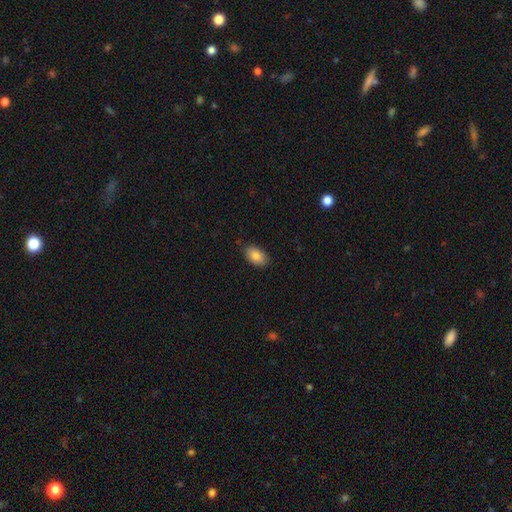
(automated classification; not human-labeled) This is clearly a smooth galaxy (84%). How rounded: clearly in between (92%). Merging: clearly none (84%).